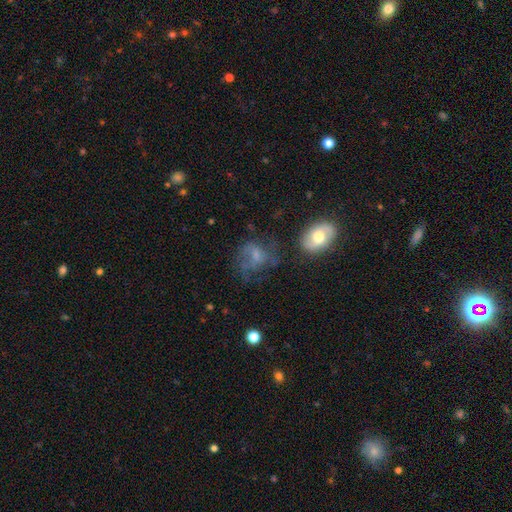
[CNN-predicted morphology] smooth_or_featured: smooth (p=0.44) [alt: featured or disk p=0.42]
merging: none (p=0.41) [alt: major disturbance p=0.32]